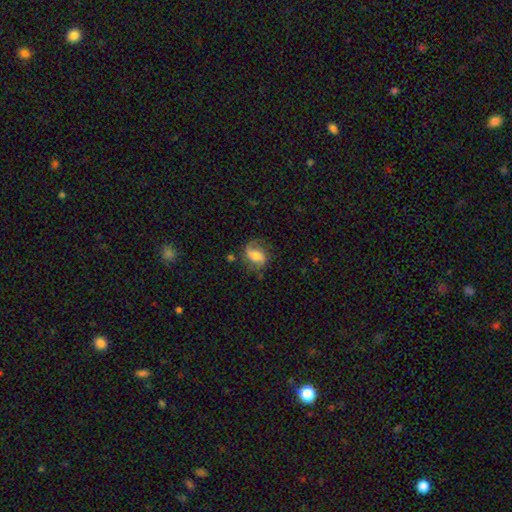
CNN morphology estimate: Overall: featured or disk (63%; smooth 29%). Edge-on disk: no (97%). Bar: no (42%; weak 40%). Spiral arms: yes (90%). Spiral arm count: 2 (71%). Spiral winding: loose (42%; medium 41%). Bulge size: moderate (53%; small 26%). Merging: none (63%).